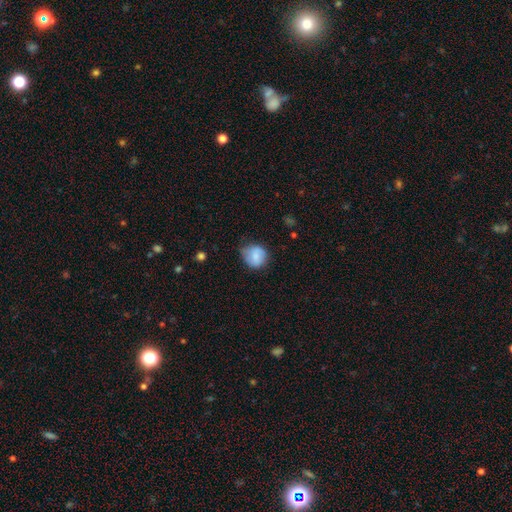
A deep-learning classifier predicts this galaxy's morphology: smooth 77%, featured or disk 16%, star or artifact 7%. Down the decision tree: how rounded — round (79%); merging — none (60%).